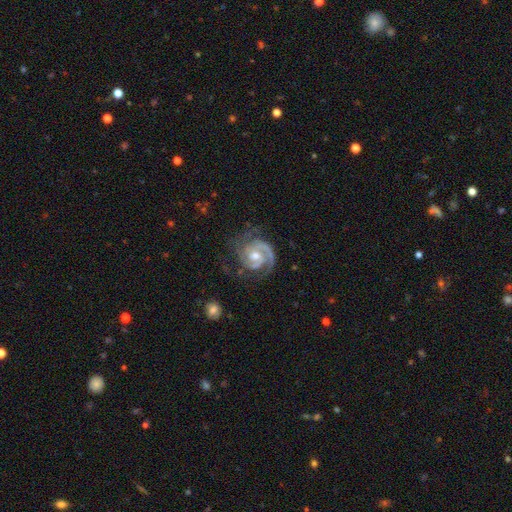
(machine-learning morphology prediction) smooth_or_featured: featured or disk (p=0.91) [alt: smooth p=0.05]
disk_edge_on: no (p=0.98) [alt: yes p=0.02]
bar: no (p=0.59) [alt: weak p=0.34]
has_spiral_arms: yes (p=0.98) [alt: no p=0.02]
spiral_winding: tight (p=0.59) [alt: medium p=0.35]
spiral_arm_count: 2 (p=0.63) [alt: 3 p=0.13]
bulge_size: moderate (p=0.67) [alt: small p=0.24]
merging: none (p=0.68) [alt: minor disturbance p=0.19]